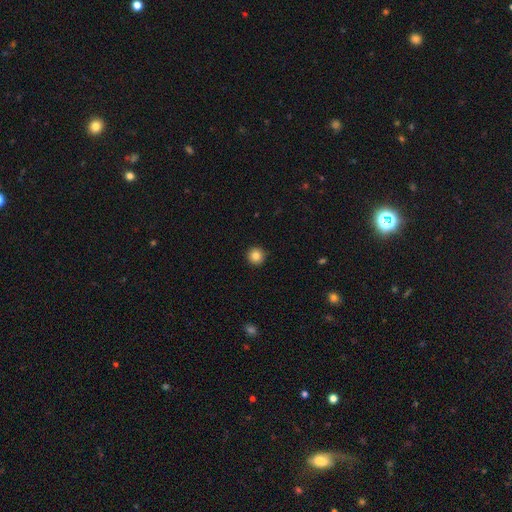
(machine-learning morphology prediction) type=smooth (84%); roundness=round (96%); merging=none (93%).